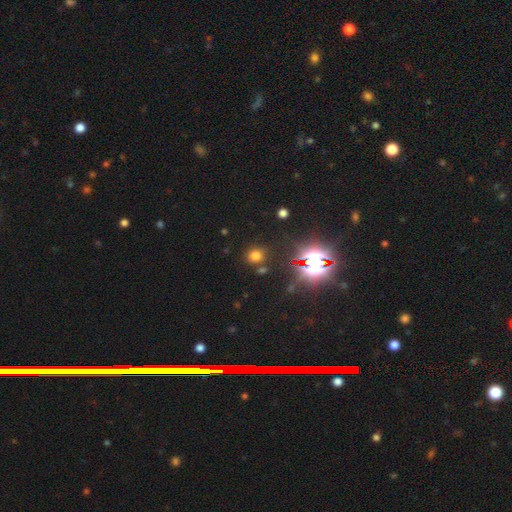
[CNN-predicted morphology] A smooth galaxy with no disk features (65%) that is round (78%). Merging: none (81%).